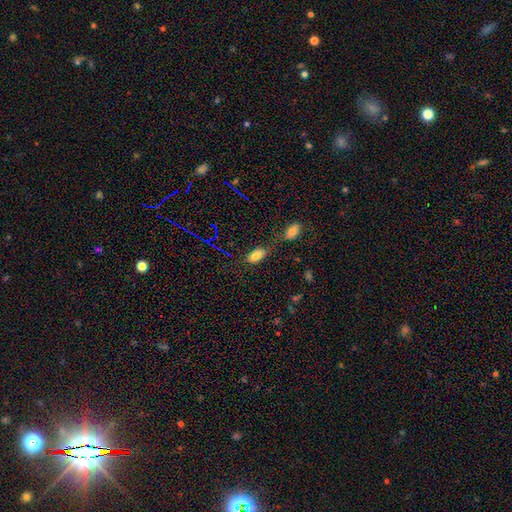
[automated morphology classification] A smooth galaxy with no disk features (77%) that is in between round and cigar-shaped (90%). Merging: none (65%).